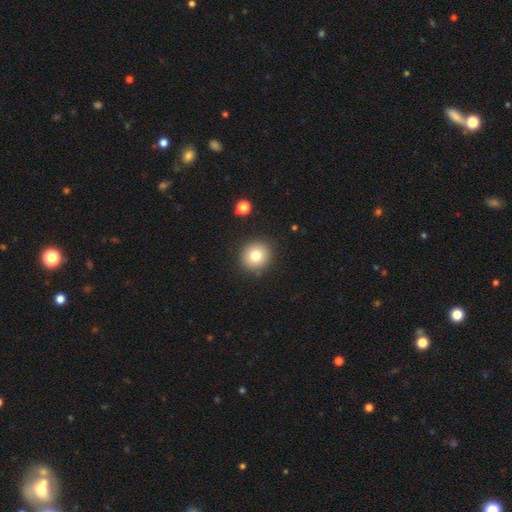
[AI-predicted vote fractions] A smooth galaxy with no disk features (79%) that is round (83%).

Vote fractions:
- Smooth or featured? smooth: 79% / star or artifact: 11% / featured or disk: 10%
- How rounded? round: 83% / in between: 16% / cigar-shaped: 1%
- Merging? none: 88% / minor disturbance: 7% / major disturbance: 2% / merger: 2%